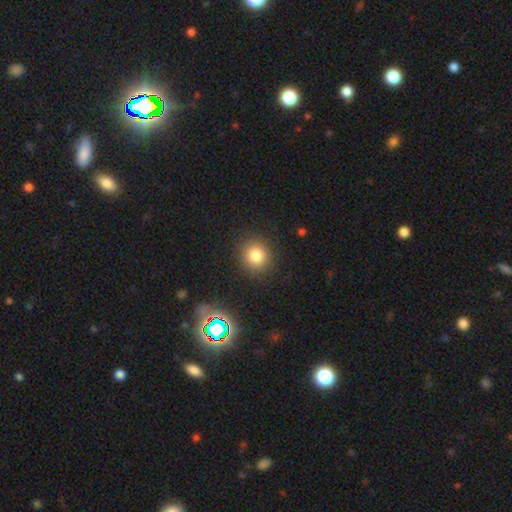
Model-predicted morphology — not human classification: smooth_or_featured: smooth (p=0.80) [alt: star or artifact p=0.13]
how_rounded: round (p=0.87) [alt: in between p=0.12]
merging: none (p=0.89) [alt: minor disturbance p=0.07]